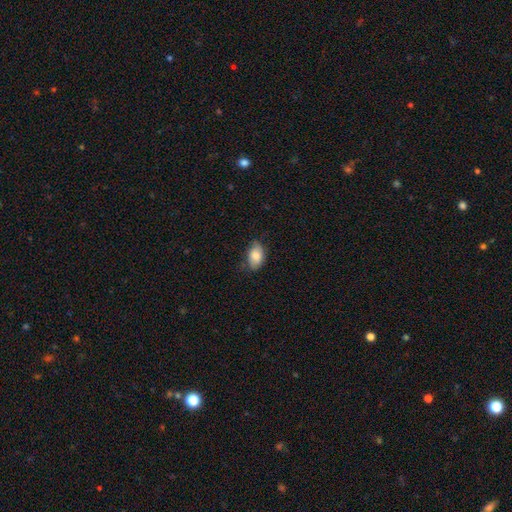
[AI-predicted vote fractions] The model was most divided on "merging": none: 65%, minor disturbance: 28%, major disturbance: 6%, merger: 1%. More confident: how rounded — in between (88%); smooth or featured — smooth (80%).